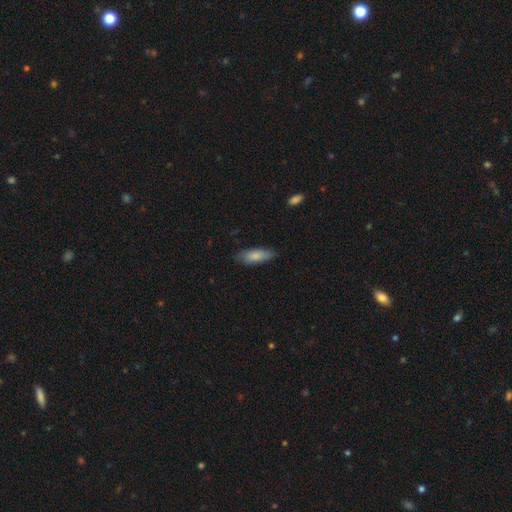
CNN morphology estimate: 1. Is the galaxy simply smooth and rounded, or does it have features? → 82% smooth, 12% featured or disk, 6% star or artifact.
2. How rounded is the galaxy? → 59% in between, 40% cigar-shaped, 2% round.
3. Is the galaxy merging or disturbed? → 82% none, 15% minor disturbance, 2% major disturbance, 1% merger.